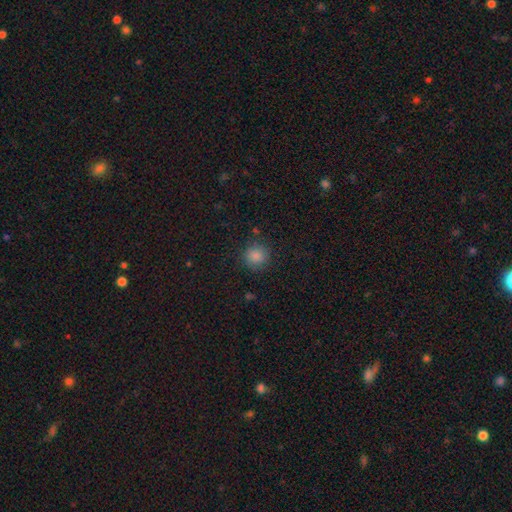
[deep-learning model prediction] The model was most divided on "smooth or featured": smooth: 85%, star or artifact: 11%, featured or disk: 4%. More confident: how rounded — round (92%); merging — none (86%).